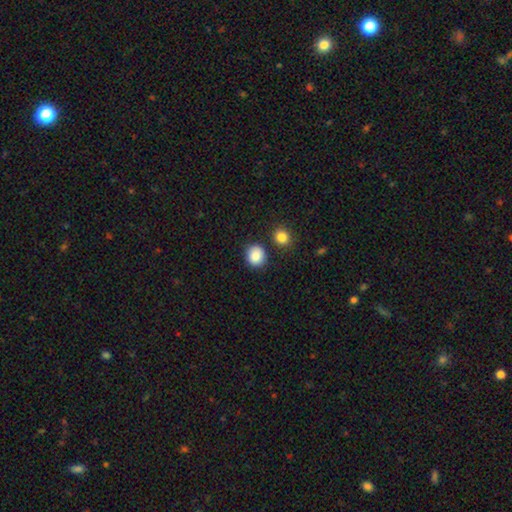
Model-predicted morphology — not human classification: A smooth galaxy with no disk features (88%) that is round (79%).

Vote fractions:
- Smooth or featured? smooth: 88% / star or artifact: 8% / featured or disk: 4%
- How rounded? round: 79% / in between: 20% / cigar-shaped: 1%
- Merging? none: 82% / minor disturbance: 10% / merger: 6% / major disturbance: 3%